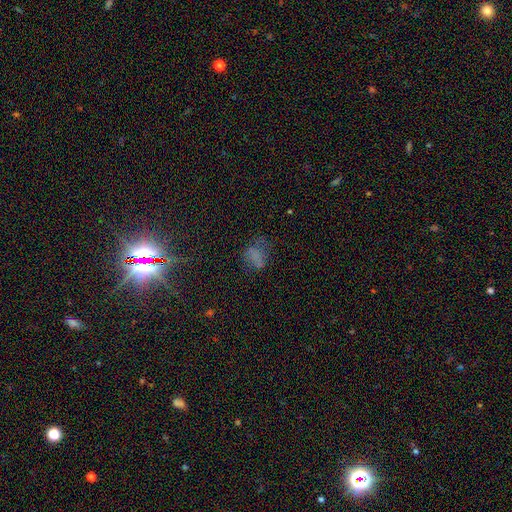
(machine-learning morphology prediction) This appears to be a smooth galaxy with no disk features (52%) that is in between round and cigar-shaped (65%). Merging: none (47%).